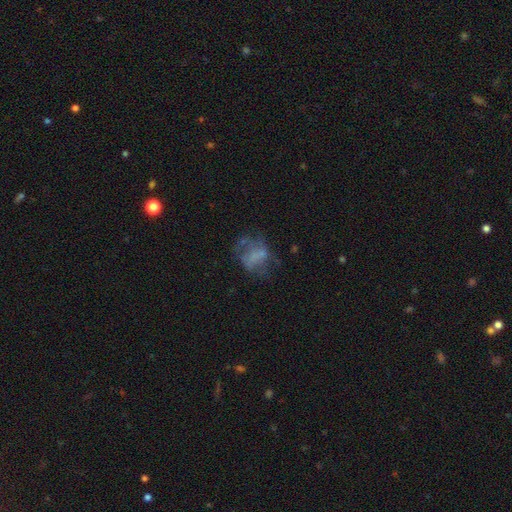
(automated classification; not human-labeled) Morphology: type=featured or disk (47%); merging=none (41%).